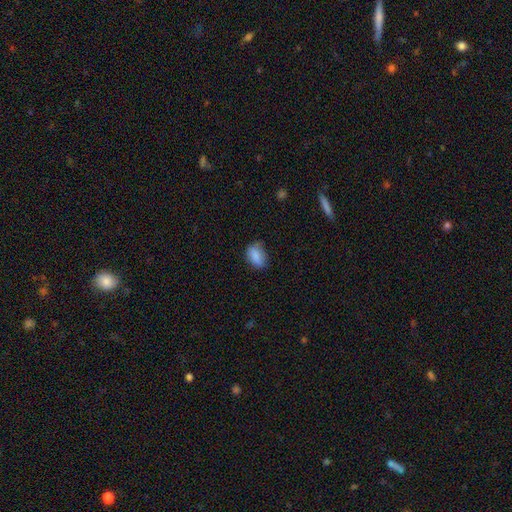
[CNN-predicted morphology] smooth 85%, star or artifact 8%, featured or disk 7%. Down the decision tree: how rounded — in between (83%); merging — none (67%).